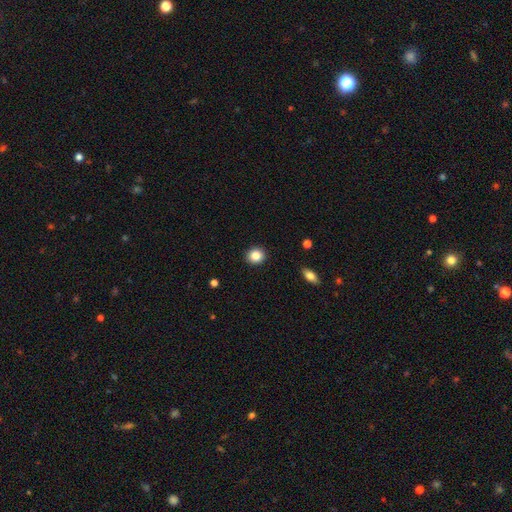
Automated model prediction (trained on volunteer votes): smooth 84%, star or artifact 10%, featured or disk 6%. Down the decision tree: how rounded — round (85%); merging — none (92%).